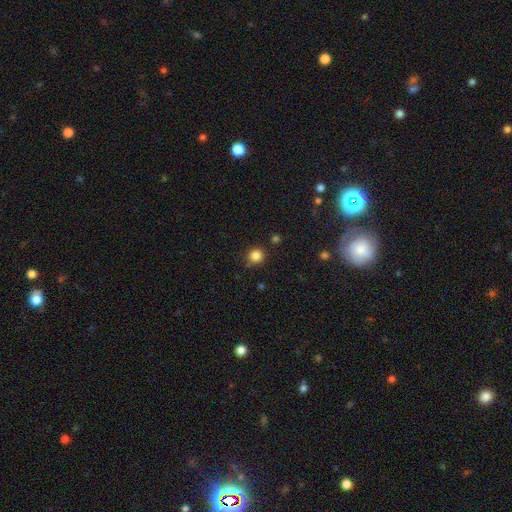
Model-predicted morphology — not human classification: smooth-or-featured: smooth: 84% | star or artifact: 12% | featured or disk: 4%
  how-rounded: round: 90% | in between: 9% | cigar-shaped: 1%
  merging: none: 83% | minor disturbance: 12% | merger: 3% | major disturbance: 3%